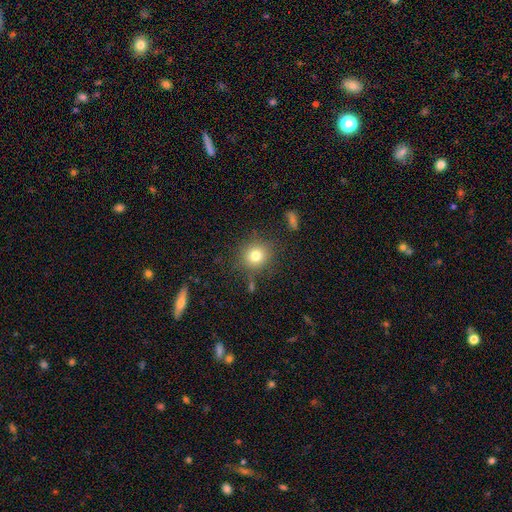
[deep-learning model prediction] Q: Smooth or featured?
A: smooth (78%); runner-up: star or artifact (13%)
Q: How rounded?
A: round (89%); runner-up: in between (10%)
Q: Merging?
A: none (84%); runner-up: minor disturbance (10%)